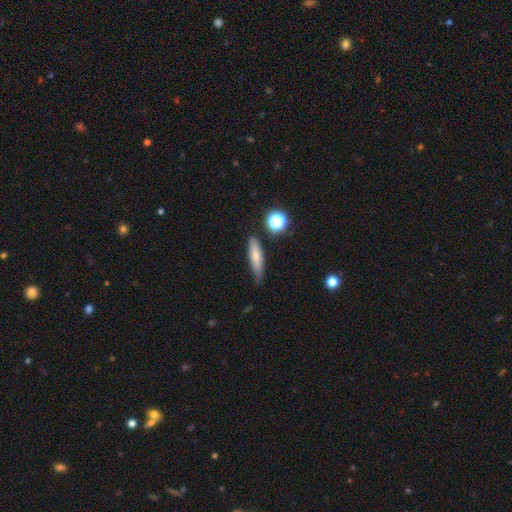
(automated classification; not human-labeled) smooth 71%, featured or disk 20%, star or artifact 9%. Down the decision tree: how rounded — cigar-shaped (69%); merging — none (69%).